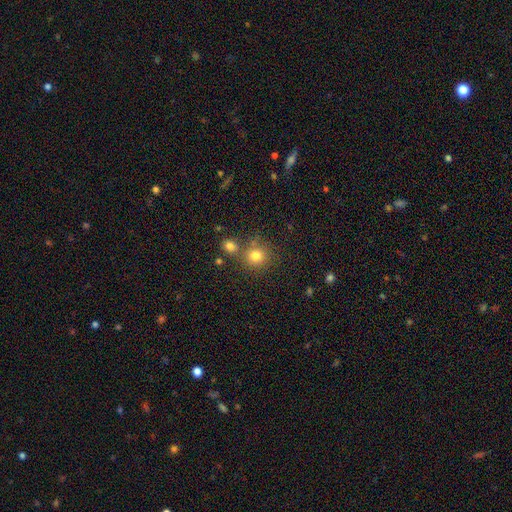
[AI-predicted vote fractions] smooth_or_featured: smooth (p=0.79) [alt: star or artifact p=0.14]
how_rounded: round (p=0.87) [alt: in between p=0.12]
merging: none (p=0.68) [alt: merger p=0.19]